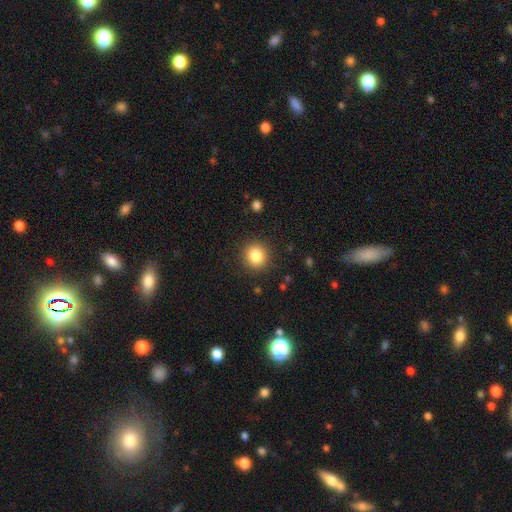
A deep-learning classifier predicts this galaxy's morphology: The model was most divided on "smooth or featured": smooth: 84%, star or artifact: 10%, featured or disk: 6%. More confident: merging — none (90%); how rounded — round (89%).